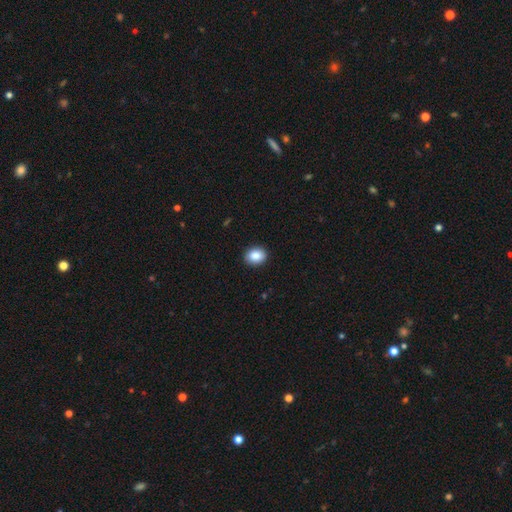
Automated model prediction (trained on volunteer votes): Smooth or featured? Predicted: smooth (p=0.87). How rounded? Predicted: in between (p=0.57). Merging? Predicted: none (p=0.90).